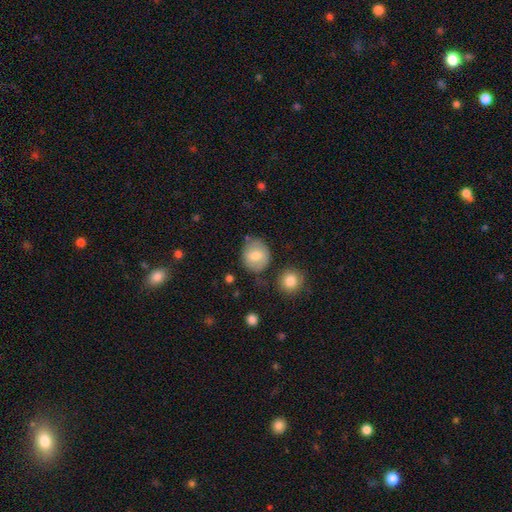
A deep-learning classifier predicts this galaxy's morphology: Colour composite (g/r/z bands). It shows a smooth galaxy with no disk features (74%) that is round (77%). Merging: none (73%).